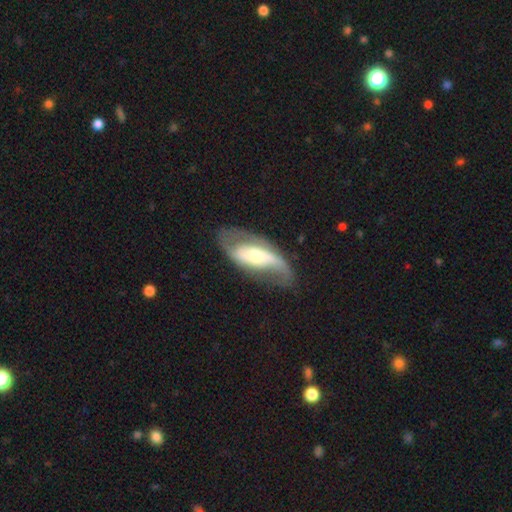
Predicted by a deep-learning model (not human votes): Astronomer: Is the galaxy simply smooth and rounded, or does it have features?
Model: featured or disk — 77%.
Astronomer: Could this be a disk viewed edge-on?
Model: no — 90%.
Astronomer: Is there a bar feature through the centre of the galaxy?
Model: weak — 35%, tied with no at 35%.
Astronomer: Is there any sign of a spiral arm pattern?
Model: yes — 88%.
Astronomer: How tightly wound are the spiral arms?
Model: loose — 43% (runner-up: medium, 38%).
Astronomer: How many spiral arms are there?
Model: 2 — 79%.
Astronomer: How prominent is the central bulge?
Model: moderate — 52% (runner-up: small, 35%).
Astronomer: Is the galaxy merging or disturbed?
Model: none — 62%.